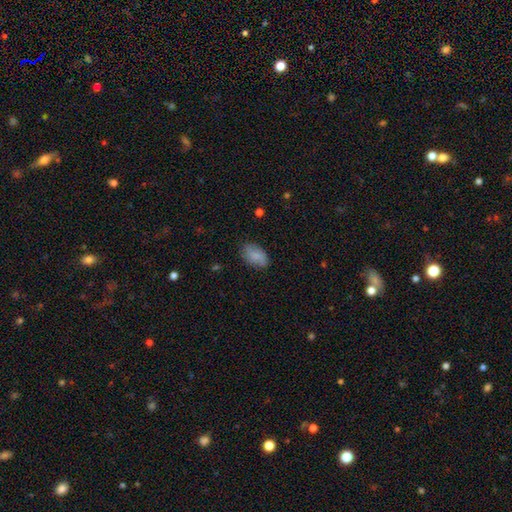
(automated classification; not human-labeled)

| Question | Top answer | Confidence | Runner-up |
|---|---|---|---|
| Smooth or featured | smooth | 79% | featured or disk (14%) |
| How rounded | in between | 92% | round (6%) |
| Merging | none | 77% | minor disturbance (18%) |